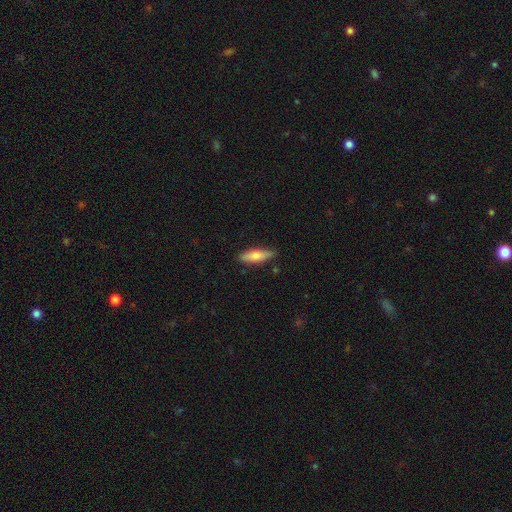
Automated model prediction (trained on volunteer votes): smooth-or-featured: smooth: 72% | featured or disk: 22% | star or artifact: 6%
  how-rounded: cigar-shaped: 57% | in between: 41% | round: 2%
  merging: none: 84% | minor disturbance: 13% | major disturbance: 2% | merger: 1%